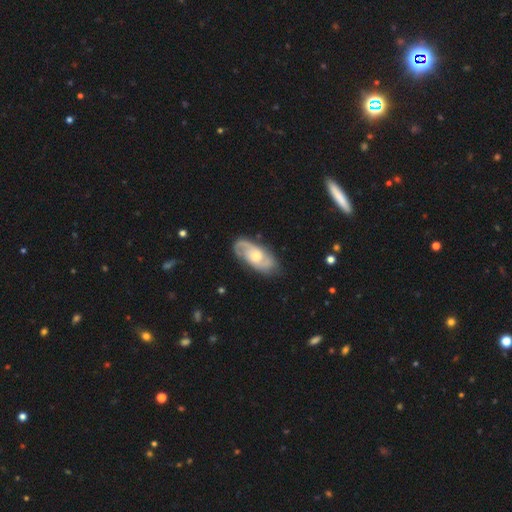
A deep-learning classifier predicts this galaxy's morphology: type=featured or disk (78%); edge-on=no (93%); bar=no (66%); spiral arms=yes (93%); winding=medium (43%); arm count=2 (71%); bulge=moderate (63%); merging=none (77%).